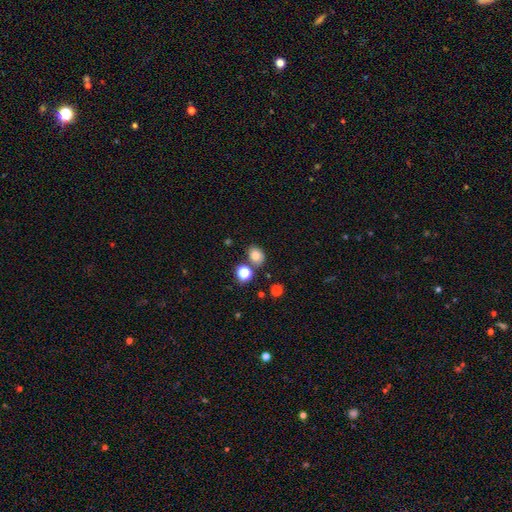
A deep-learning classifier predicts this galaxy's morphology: A smooth galaxy with no disk features (79%) that is in between round and cigar-shaped (51%). Merging: none (74%).